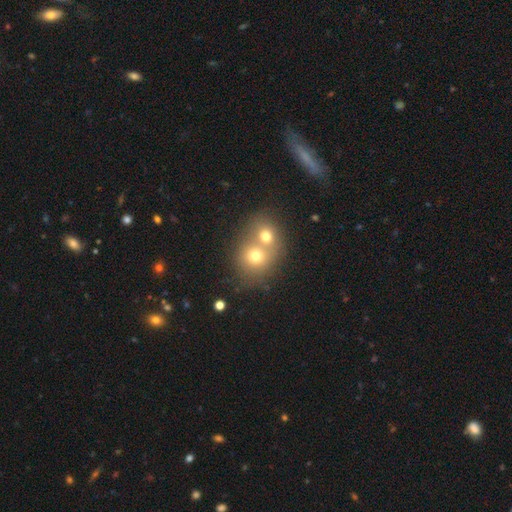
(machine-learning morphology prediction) This is likely a smooth galaxy (69%). How rounded: likely round (73%). Merging: likely merger (63%).